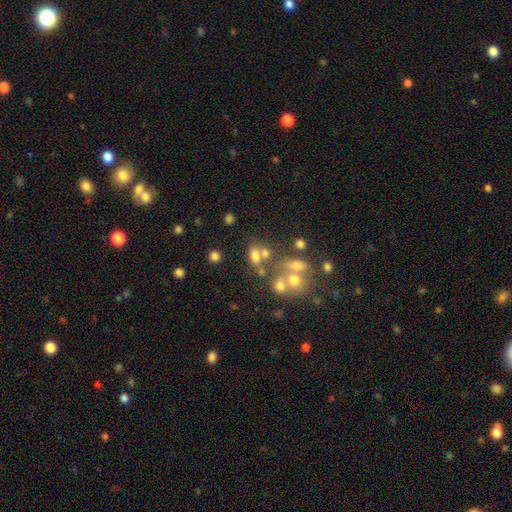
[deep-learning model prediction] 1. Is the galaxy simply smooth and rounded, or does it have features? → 64% smooth, 20% featured or disk, 17% star or artifact.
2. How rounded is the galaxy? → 68% in between, 28% round, 4% cigar-shaped.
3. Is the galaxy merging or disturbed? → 42% none, 36% merger, 13% minor disturbance, 9% major disturbance.